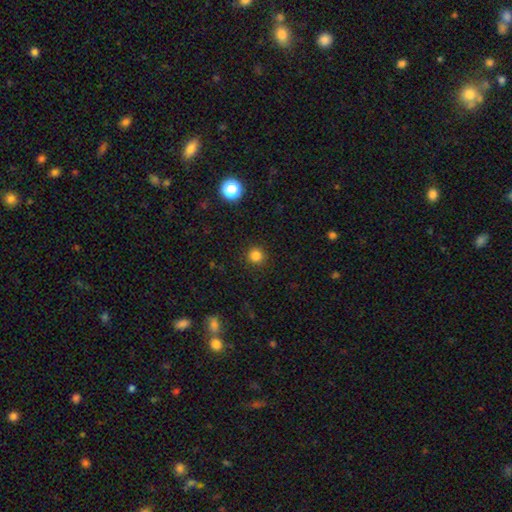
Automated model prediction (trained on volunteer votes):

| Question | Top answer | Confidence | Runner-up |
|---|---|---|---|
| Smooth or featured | smooth | 83% | star or artifact (13%) |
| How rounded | round | 94% | in between (5%) |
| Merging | none | 91% | minor disturbance (6%) |